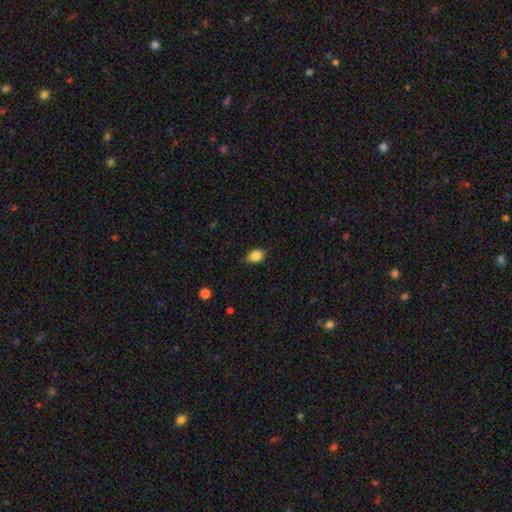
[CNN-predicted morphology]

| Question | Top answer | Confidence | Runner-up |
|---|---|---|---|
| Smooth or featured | smooth | 86% | star or artifact (9%) |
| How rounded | in between | 77% | round (22%) |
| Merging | none | 77% | minor disturbance (18%) |